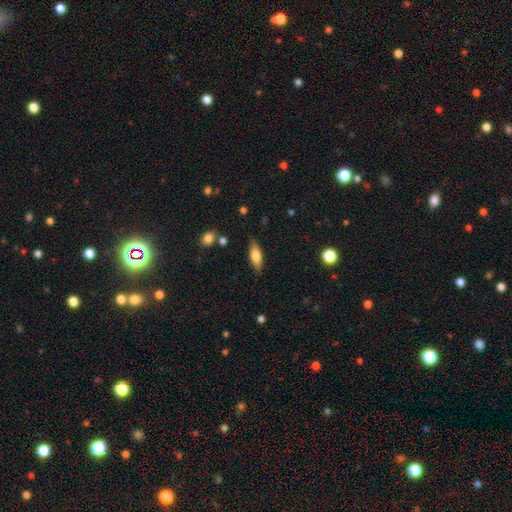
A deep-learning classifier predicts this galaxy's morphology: Overall: smooth (67%). How rounded: in between (62%; cigar-shaped 35%). Merging: none (84%).